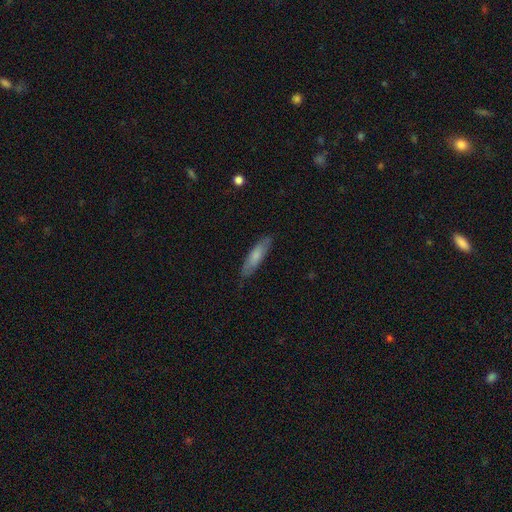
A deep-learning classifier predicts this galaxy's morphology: Smooth or featured?
  - smooth: 75% *
  - featured or disk: 19%
  - star or artifact: 5%
How rounded?
  - cigar-shaped: 71% *
  - in between: 28%
  - round: 1%
Merging?
  - none: 83% *
  - minor disturbance: 13%
  - major disturbance: 2%
  - merger: 1%